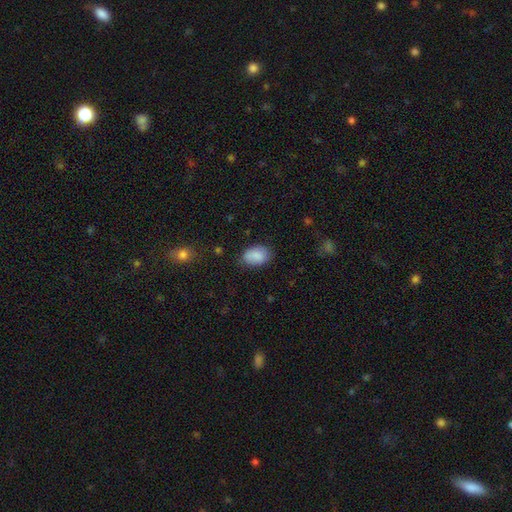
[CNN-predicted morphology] This is clearly a smooth galaxy (87%). How rounded: clearly in between (87%). Merging: likely none (74%).